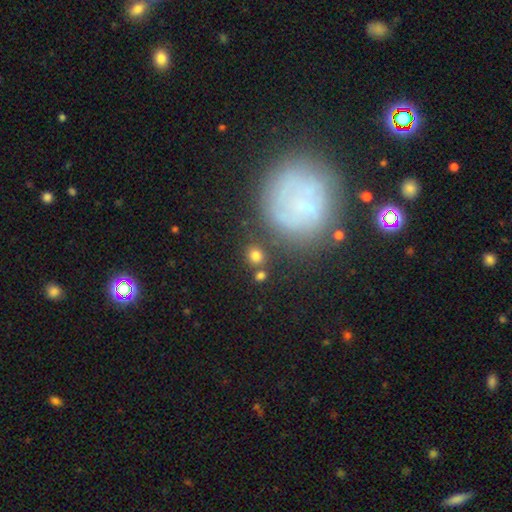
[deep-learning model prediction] Smooth or featured?
  - smooth: 79% *
  - star or artifact: 12%
  - featured or disk: 8%
How rounded?
  - round: 79% *
  - in between: 20%
  - cigar-shaped: 1%
Merging?
  - none: 80% *
  - minor disturbance: 9%
  - merger: 7%
  - major disturbance: 4%